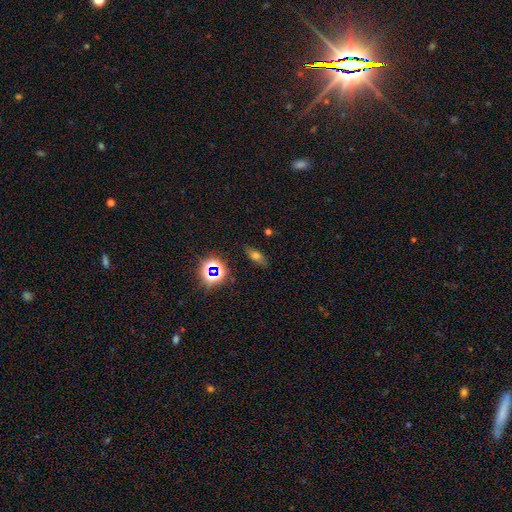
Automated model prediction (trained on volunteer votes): Smooth or featured? smooth (61%)
How rounded? in between (72%)
Merging? none (83%)